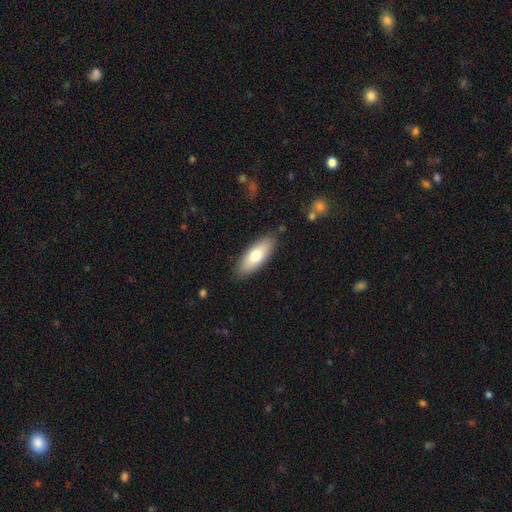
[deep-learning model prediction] Smooth or featured? smooth (71%)
How rounded? in between (72%)
Merging? none (86%)